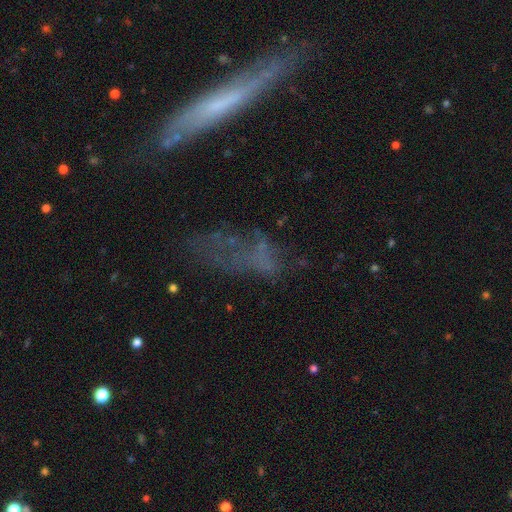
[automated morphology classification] A featured or disk galaxy (42%).

Vote fractions:
- Smooth or featured? featured or disk: 42% / smooth: 35% / star or artifact: 24%
- Merging? none: 43% / major disturbance: 30% / minor disturbance: 20% / merger: 8%